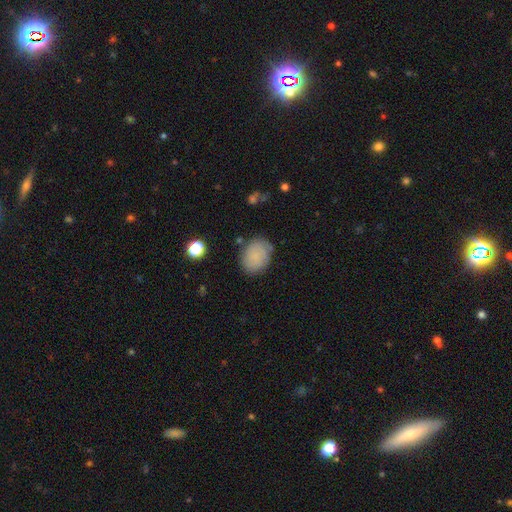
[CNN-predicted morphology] type=smooth (78%); roundness=in between (58%); merging=none (75%).